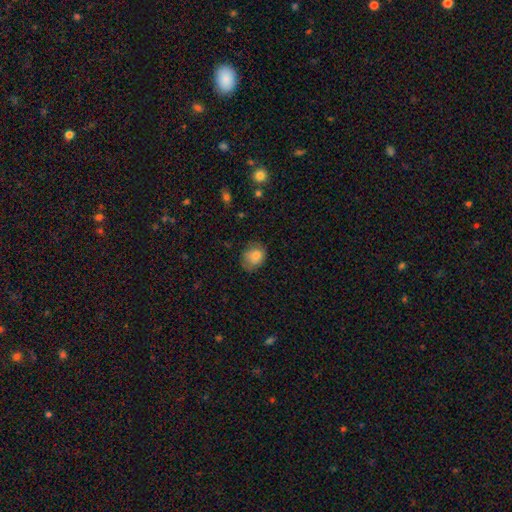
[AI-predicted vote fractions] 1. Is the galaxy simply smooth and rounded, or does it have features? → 78% smooth, 13% featured or disk, 9% star or artifact.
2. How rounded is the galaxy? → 57% round, 42% in between, 1% cigar-shaped.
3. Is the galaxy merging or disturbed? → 56% none, 31% minor disturbance, 11% major disturbance, 2% merger.